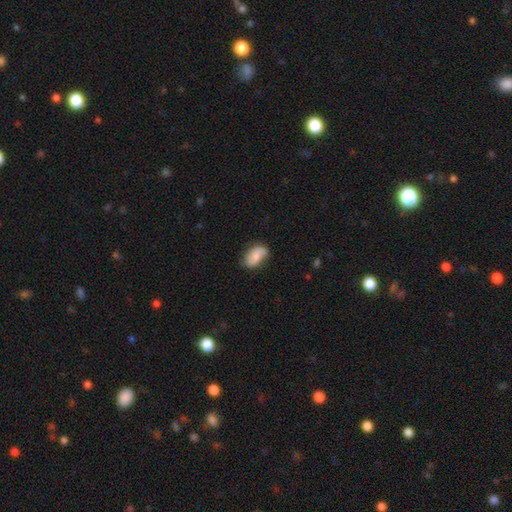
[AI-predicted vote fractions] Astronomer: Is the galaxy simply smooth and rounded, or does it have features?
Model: smooth — 61%.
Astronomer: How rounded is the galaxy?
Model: in between — 90%.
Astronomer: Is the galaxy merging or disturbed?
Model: none — 62%.